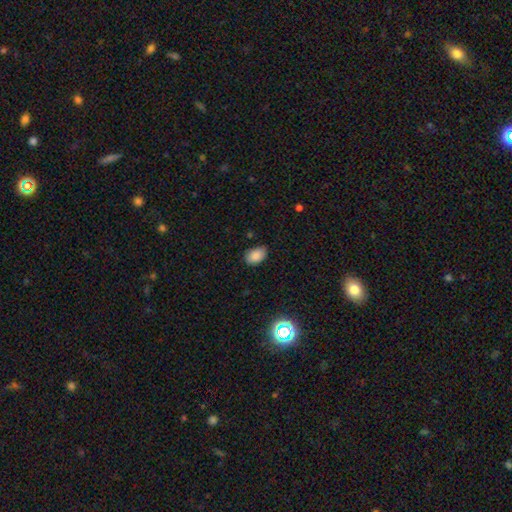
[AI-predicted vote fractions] smooth_or_featured: smooth (p=0.85) [alt: star or artifact p=0.10]
how_rounded: in between (p=0.85) [alt: round p=0.14]
merging: none (p=0.79) [alt: minor disturbance p=0.17]